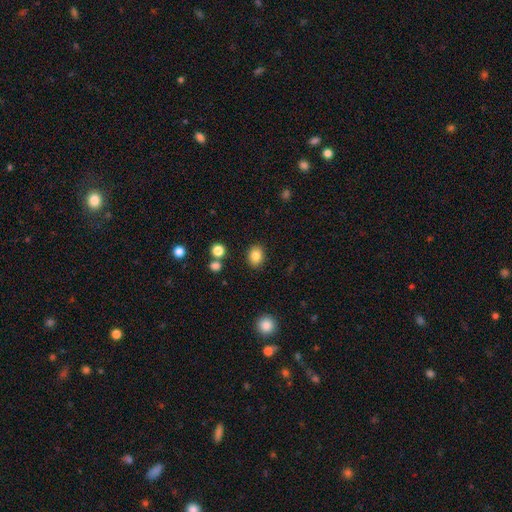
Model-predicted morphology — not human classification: Smooth or featured? smooth (84%)
How rounded? round (51%)
Merging? none (87%)